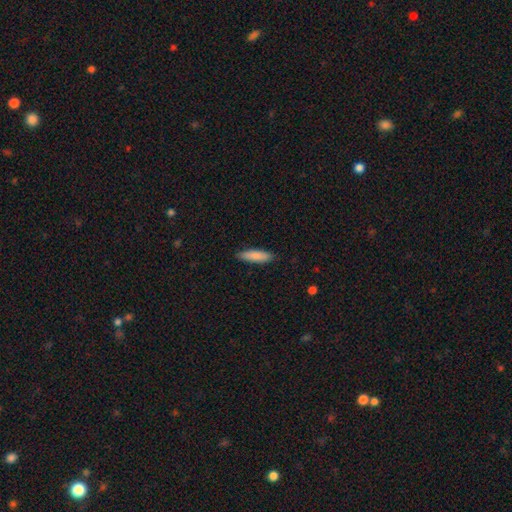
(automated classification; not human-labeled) Smooth or featured: smooth — 86% (featured or disk — 8%)
How rounded: cigar-shaped — 69% (in between — 29%)
Merging: none — 88% (minor disturbance — 9%)